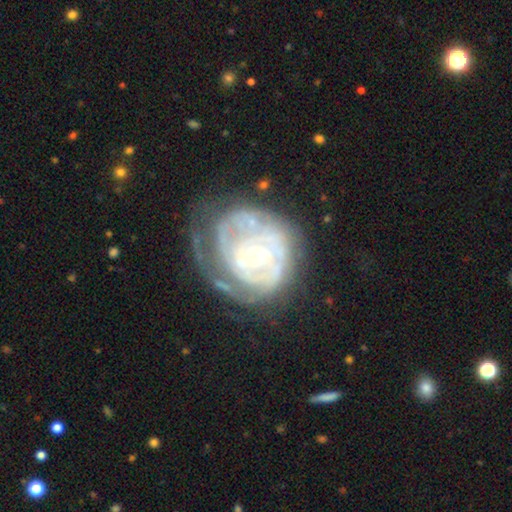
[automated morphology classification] smooth_or_featured: featured or disk (p=0.83) [alt: smooth p=0.11]
disk_edge_on: no (p=0.97) [alt: yes p=0.03]
bar: no (p=0.76) [alt: weak p=0.19]
has_spiral_arms: yes (p=0.85) [alt: no p=0.15]
spiral_winding: tight (p=0.74) [alt: medium p=0.19]
spiral_arm_count: can't tell (p=0.45) [alt: 2 p=0.20]
bulge_size: moderate (p=0.50) [alt: small p=0.46]
merging: none (p=0.48) [alt: minor disturbance p=0.25]